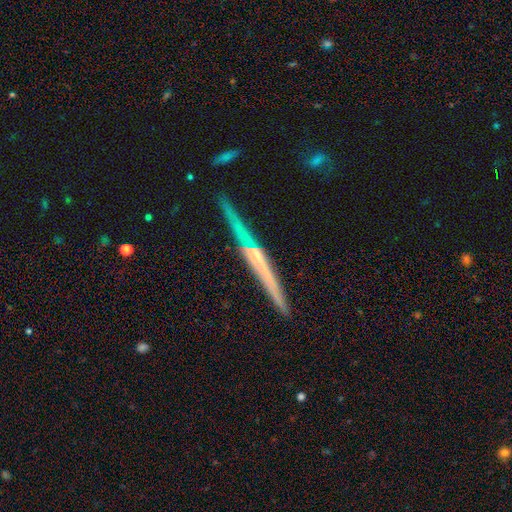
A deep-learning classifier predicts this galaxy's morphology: Smooth or featured? Predicted: featured or disk (p=0.73). Edge-on disk? Predicted: yes (p=0.97). Edge-on bulge? Predicted: none (p=0.47). Merging? Predicted: none (p=0.79).